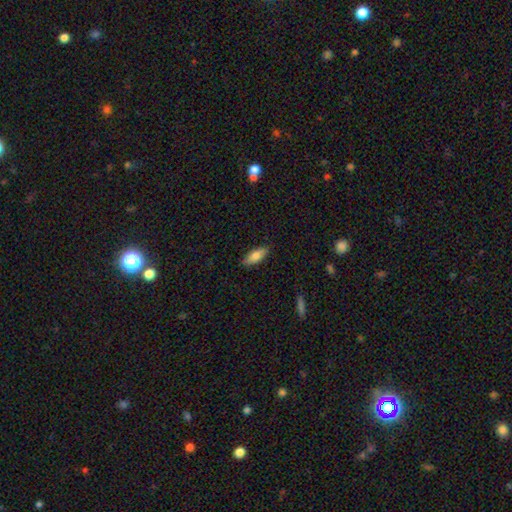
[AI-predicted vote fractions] smooth 78%, featured or disk 15%, star or artifact 6%. Down the decision tree: how rounded — in between (74%); merging — none (87%).